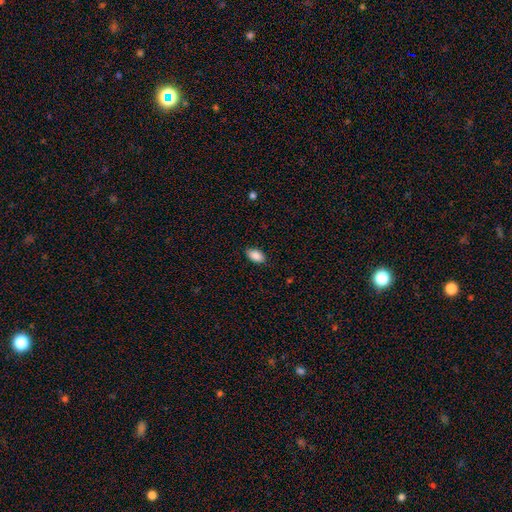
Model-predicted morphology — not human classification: Smooth or featured? smooth (88%)
How rounded? in between (93%)
Merging? none (86%)